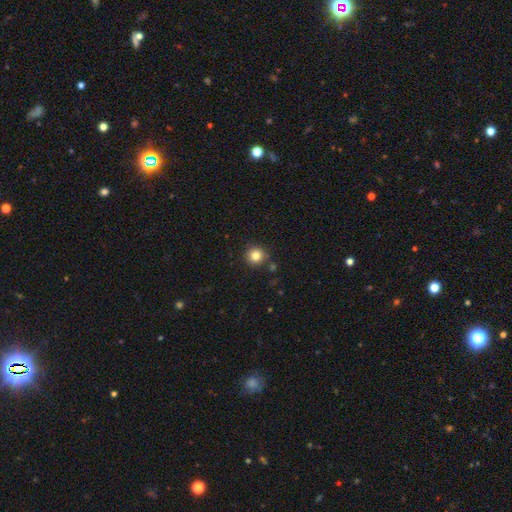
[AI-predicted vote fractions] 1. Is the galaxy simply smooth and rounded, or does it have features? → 82% smooth, 12% star or artifact, 6% featured or disk.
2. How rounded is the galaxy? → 93% round, 6% in between, 1% cigar-shaped.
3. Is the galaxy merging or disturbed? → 86% none, 8% minor disturbance, 4% merger, 2% major disturbance.